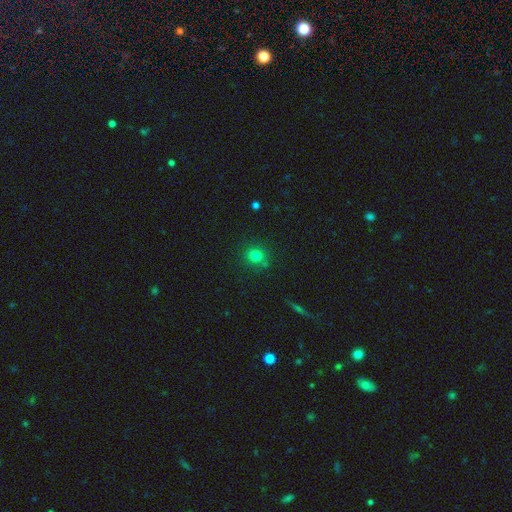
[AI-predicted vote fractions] The model was most divided on "smooth or featured": smooth: 78%, star or artifact: 15%, featured or disk: 7%. More confident: how rounded — round (87%); merging — none (81%).